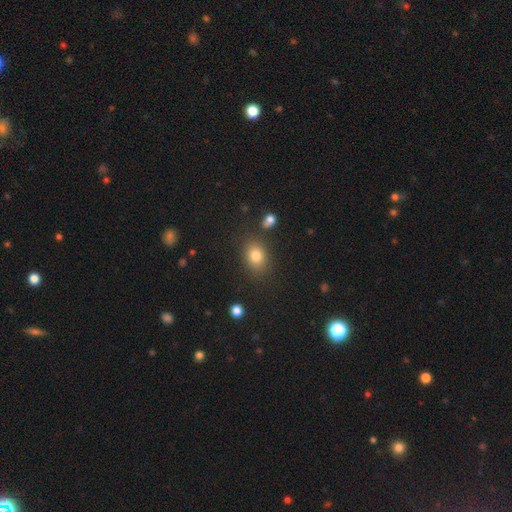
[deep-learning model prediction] A smooth galaxy with no disk features (80%) that is in between round and cigar-shaped (58%). Merging: none (81%).